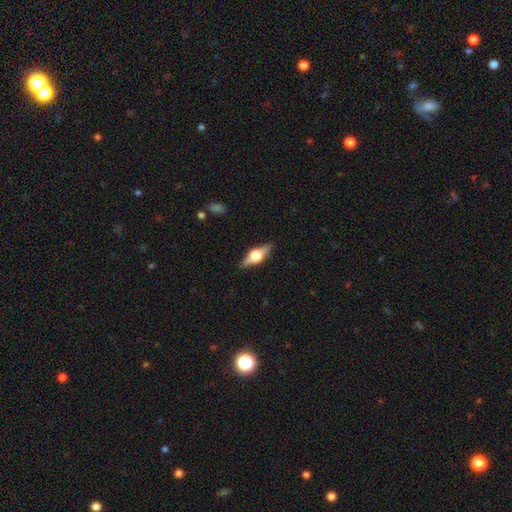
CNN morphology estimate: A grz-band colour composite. It shows a featured or disk galaxy (69%) viewed edge-on (96%) with a rounded central bulge (94%). Merging: none (88%).